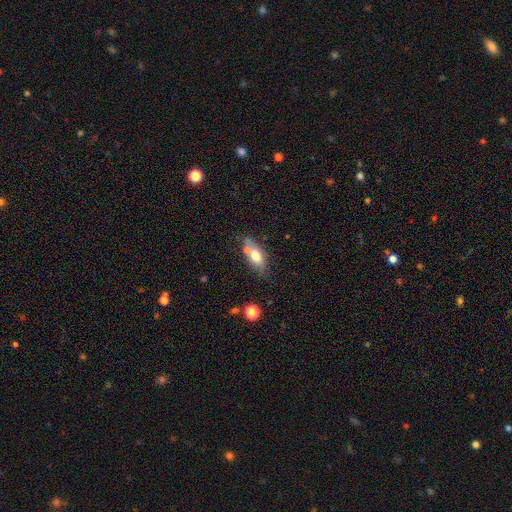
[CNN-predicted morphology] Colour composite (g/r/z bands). It shows a smooth galaxy with no disk features (64%) that is in between round and cigar-shaped (79%). Merging: none (57%).